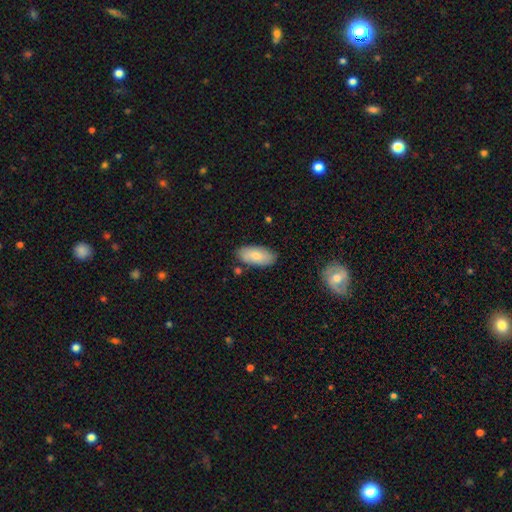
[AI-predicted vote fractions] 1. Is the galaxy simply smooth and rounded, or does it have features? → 78% smooth, 16% featured or disk, 6% star or artifact.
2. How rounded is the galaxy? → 92% in between, 6% cigar-shaped, 2% round.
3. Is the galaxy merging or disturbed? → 79% none, 14% minor disturbance, 4% merger, 3% major disturbance.